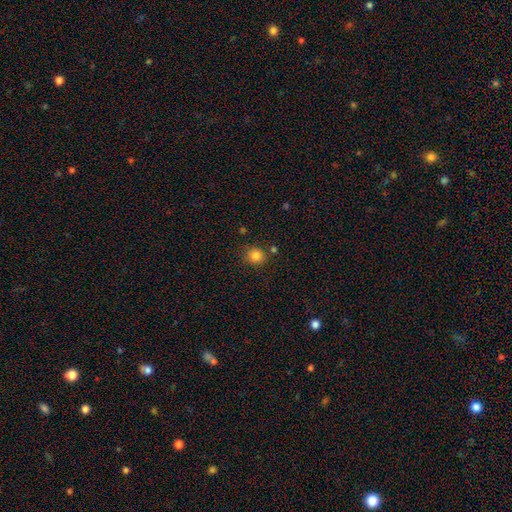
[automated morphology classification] smooth-or-featured: smooth: 84% | star or artifact: 12% | featured or disk: 5%
  how-rounded: round: 84% | in between: 16% | cigar-shaped: 1%
  merging: none: 79% | minor disturbance: 12% | merger: 6% | major disturbance: 3%